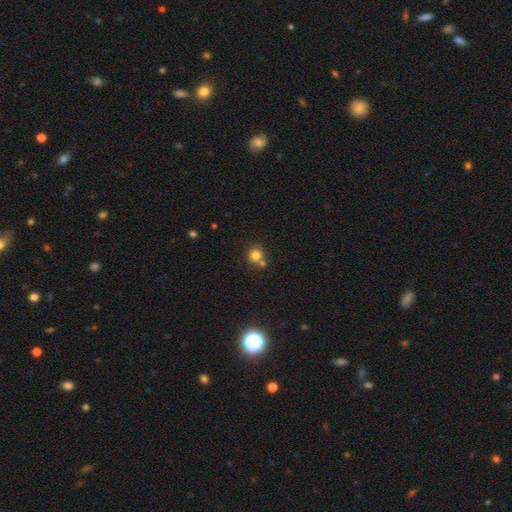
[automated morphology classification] smooth_or_featured: smooth (p=0.78) [alt: star or artifact p=0.13]
how_rounded: round (p=0.88) [alt: in between p=0.11]
merging: none (p=0.58) [alt: merger p=0.31]